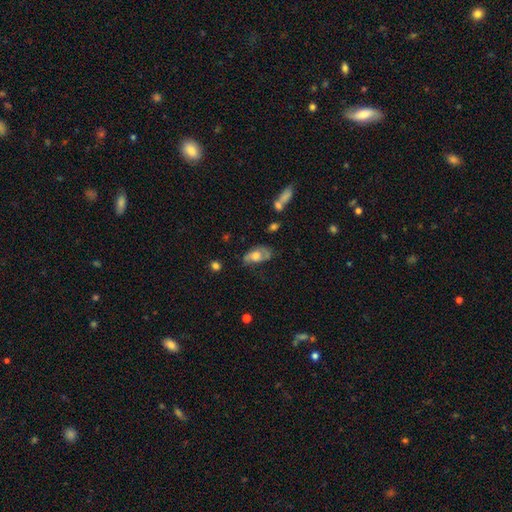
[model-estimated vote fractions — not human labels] smooth-or-featured: smooth: 49% | featured or disk: 44% | star or artifact: 7%
  merging: none: 48% | minor disturbance: 32% | major disturbance: 16% | merger: 4%